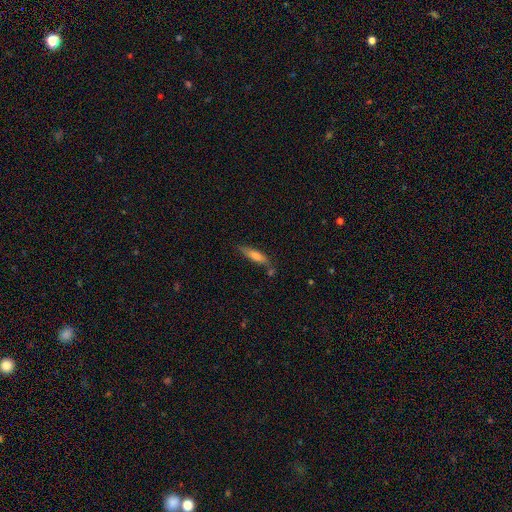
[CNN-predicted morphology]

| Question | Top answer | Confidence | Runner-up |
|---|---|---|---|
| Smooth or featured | smooth | 58% | featured or disk (34%) |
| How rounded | cigar-shaped | 79% | in between (19%) |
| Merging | none | 75% | minor disturbance (16%) |